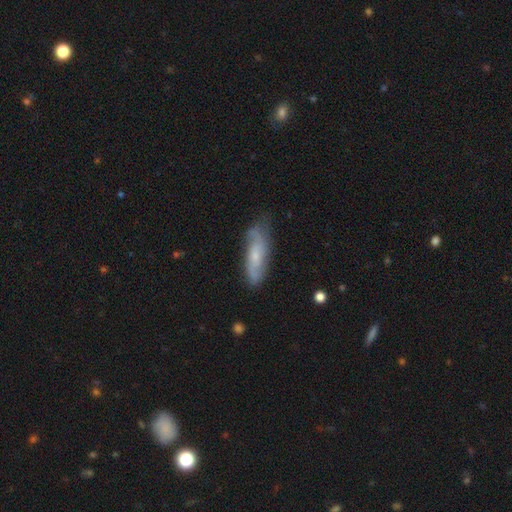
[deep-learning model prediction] Q: Smooth or featured?
A: featured or disk (60%); runner-up: smooth (33%)
Q: Edge-on disk?
A: no (78%); runner-up: yes (22%)
Q: Merging?
A: none (69%); runner-up: minor disturbance (23%)